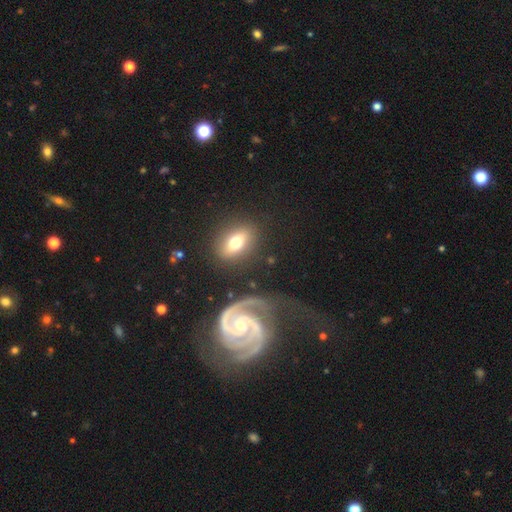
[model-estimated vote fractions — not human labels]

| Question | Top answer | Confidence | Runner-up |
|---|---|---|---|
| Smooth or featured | featured or disk | 72% | smooth (19%) |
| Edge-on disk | no | 94% | yes (6%) |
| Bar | weak | 40% | no (38%) |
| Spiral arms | yes | 93% | no (7%) |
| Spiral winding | tight | 44% | medium (43%) |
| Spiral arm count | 2 | 85% | can't tell (5%) |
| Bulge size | small | 54% | moderate (39%) |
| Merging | none | 63% | minor disturbance (18%) |